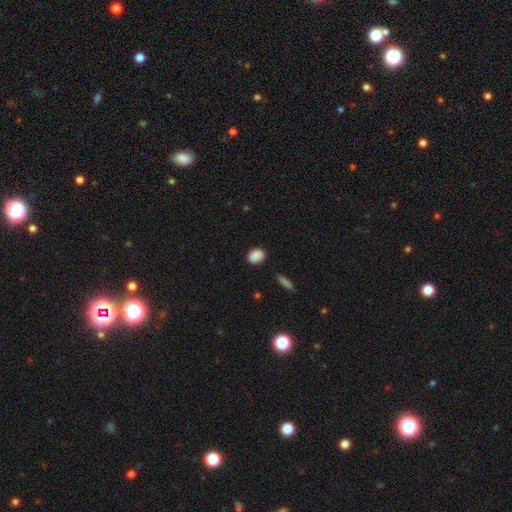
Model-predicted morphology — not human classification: Smooth or featured? smooth (88%)
How rounded? in between (50%)
Merging? none (86%)